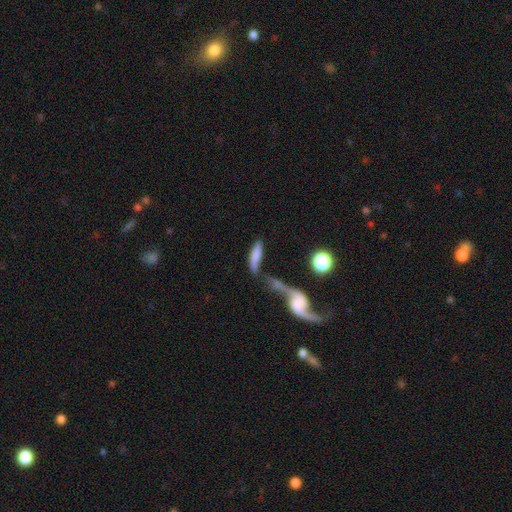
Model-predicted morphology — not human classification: smooth_or_featured: smooth (p=0.66) [alt: featured or disk p=0.26]
how_rounded: cigar-shaped (p=0.55) [alt: in between p=0.42]
merging: merger (p=0.39) [alt: none p=0.35]